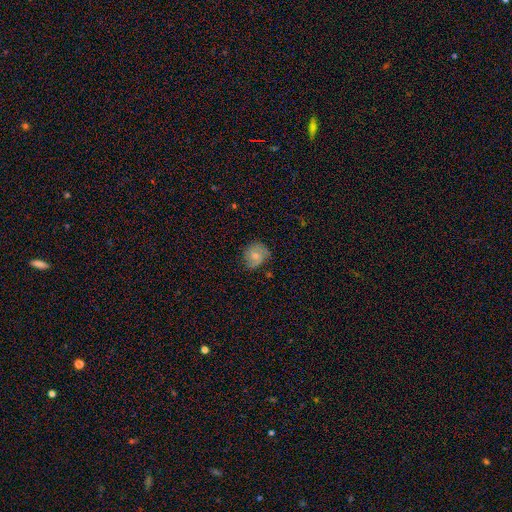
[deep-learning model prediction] smooth 52%, featured or disk 39%, star or artifact 8%. Down the decision tree: how rounded — round (66%); merging — none (69%).